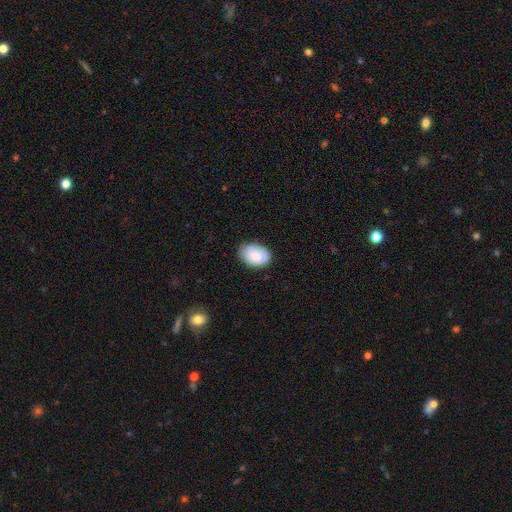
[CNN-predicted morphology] A smooth galaxy with no disk features (83%) that is in between round and cigar-shaped (80%). Merging: none (75%).